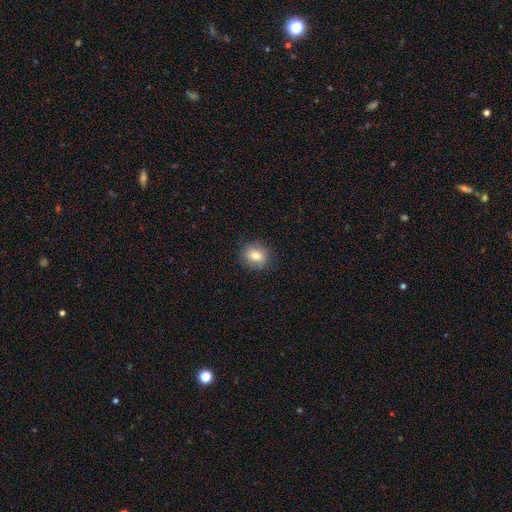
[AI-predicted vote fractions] Smooth or featured? Predicted: smooth (p=0.77). How rounded? Predicted: round (p=0.79). Merging? Predicted: none (p=0.88).